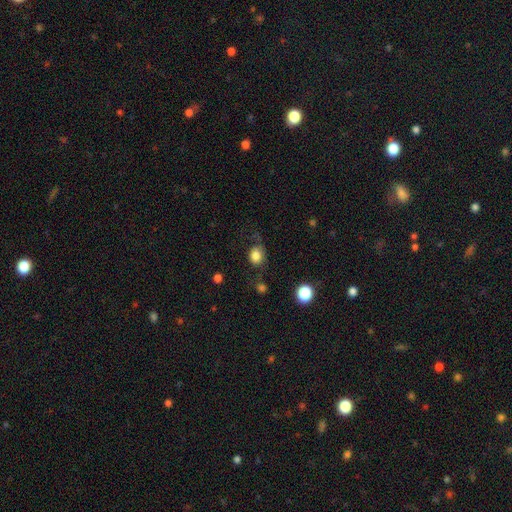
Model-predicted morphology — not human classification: Smooth or featured: smooth — 81% (star or artifact — 10%)
How rounded: round — 57% (in between — 42%)
Merging: none — 56% (minor disturbance — 25%)